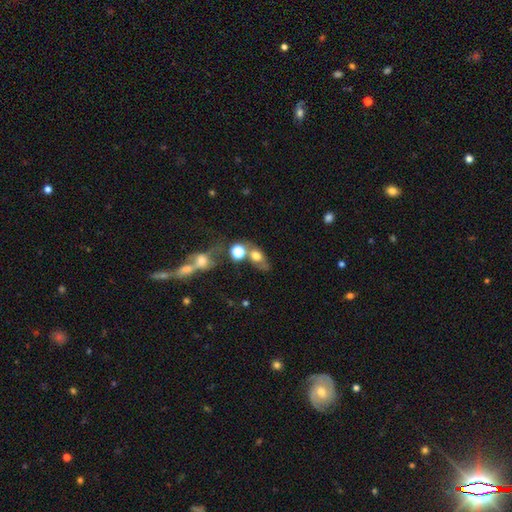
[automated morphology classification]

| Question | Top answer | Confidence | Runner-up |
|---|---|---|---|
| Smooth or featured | smooth | 64% | featured or disk (23%) |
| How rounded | in between | 67% | round (29%) |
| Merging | none | 41% | merger (34%) |